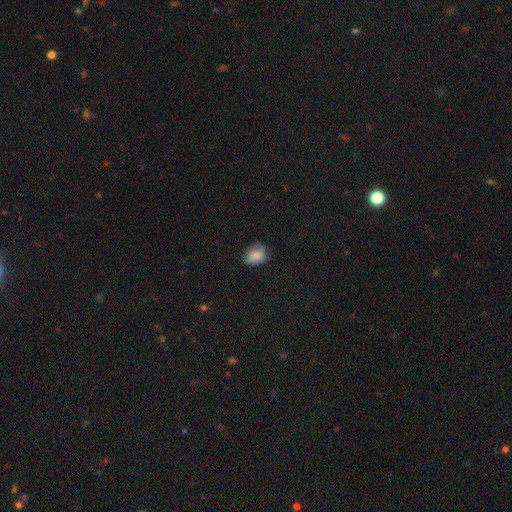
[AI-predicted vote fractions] Q: Smooth or featured?
A: smooth (84%); runner-up: star or artifact (9%)
Q: How rounded?
A: in between (69%); runner-up: round (29%)
Q: Merging?
A: none (59%); runner-up: minor disturbance (33%)